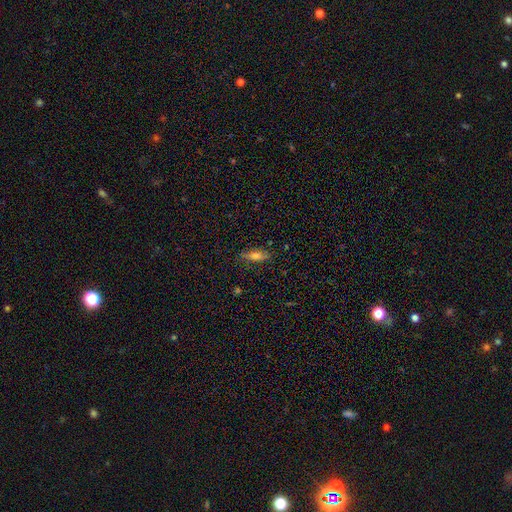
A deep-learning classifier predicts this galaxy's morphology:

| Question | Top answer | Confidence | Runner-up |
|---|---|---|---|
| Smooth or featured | smooth | 64% | featured or disk (27%) |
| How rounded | in between | 60% | cigar-shaped (36%) |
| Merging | none | 82% | minor disturbance (14%) |